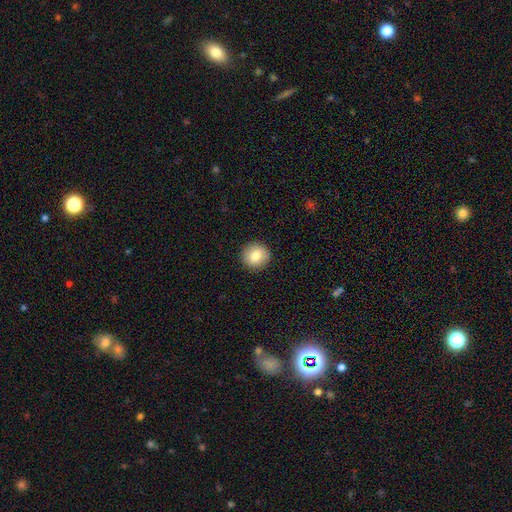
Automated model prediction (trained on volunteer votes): This appears to be a smooth galaxy with no disk features (81%) that is round (93%). Merging: none (92%).